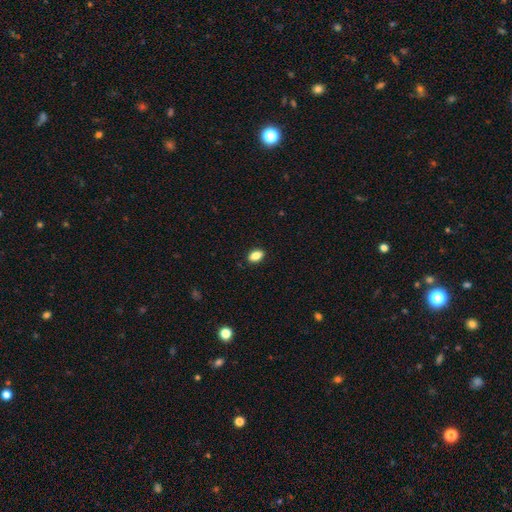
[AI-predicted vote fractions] Smooth or featured?
  - smooth: 85% *
  - star or artifact: 8%
  - featured or disk: 6%
How rounded?
  - in between: 86% *
  - round: 11%
  - cigar-shaped: 3%
Merging?
  - none: 90% *
  - minor disturbance: 8%
  - major disturbance: 2%
  - merger: 1%